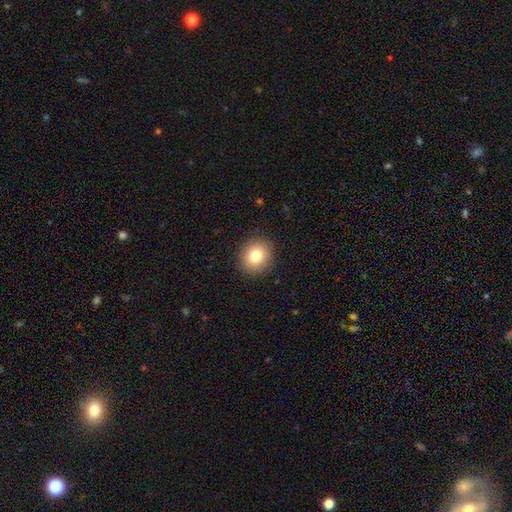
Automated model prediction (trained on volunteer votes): Smooth or featured? smooth (81%)
How rounded? round (82%)
Merging? none (91%)